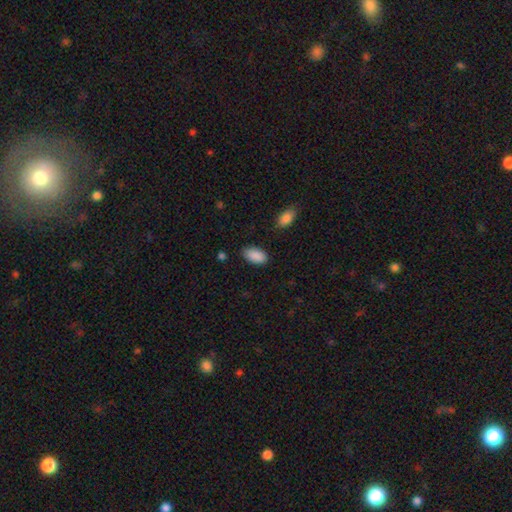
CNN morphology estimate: Q: Smooth or featured?
A: smooth (90%); runner-up: star or artifact (7%)
Q: How rounded?
A: in between (94%); runner-up: round (3%)
Q: Merging?
A: none (83%); runner-up: minor disturbance (12%)